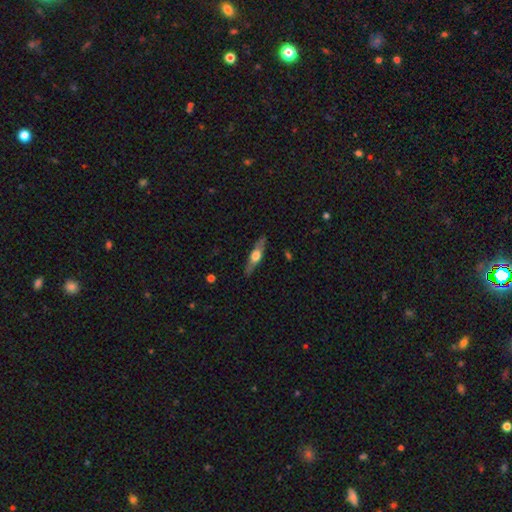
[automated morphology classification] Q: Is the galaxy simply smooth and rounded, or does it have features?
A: featured or disk — 59%.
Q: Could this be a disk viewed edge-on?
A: yes — 92%.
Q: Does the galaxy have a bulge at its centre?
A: rounded — 92%.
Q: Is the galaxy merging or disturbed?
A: none — 87%.